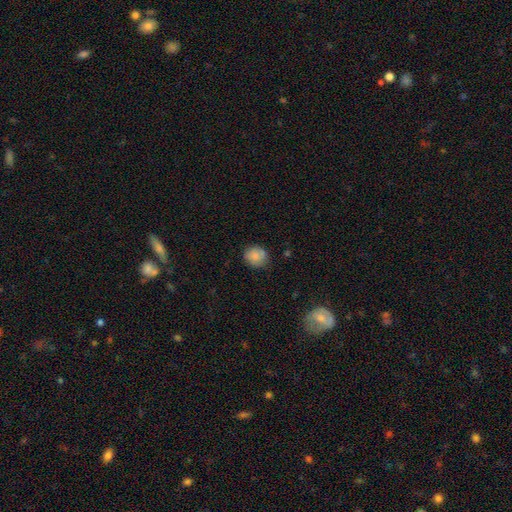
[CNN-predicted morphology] A smooth galaxy with no disk features (84%) that is round (77%). Merging: none (74%).